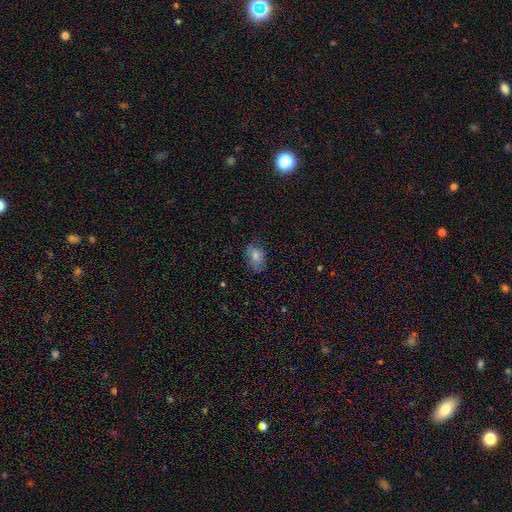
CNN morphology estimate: A smooth galaxy with no disk features (81%) that is in between round and cigar-shaped (82%). Merging: none (72%).